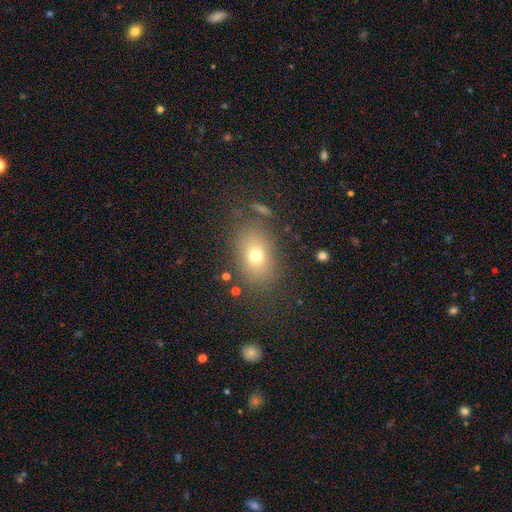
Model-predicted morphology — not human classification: Overall: smooth (72%). How rounded: in between (77%). Merging: none (79%).